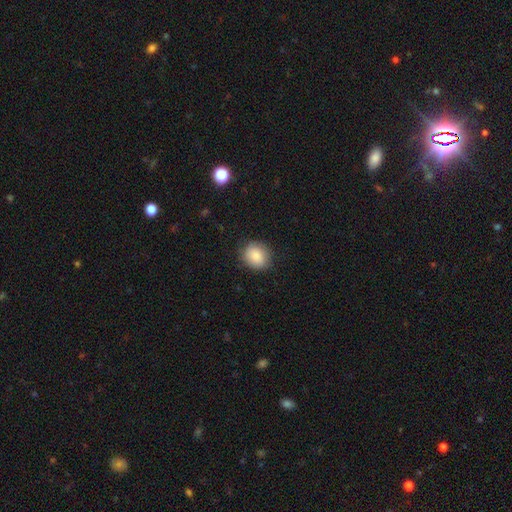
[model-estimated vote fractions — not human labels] Smooth or featured? smooth (87%)
How rounded? round (70%)
Merging? none (83%)